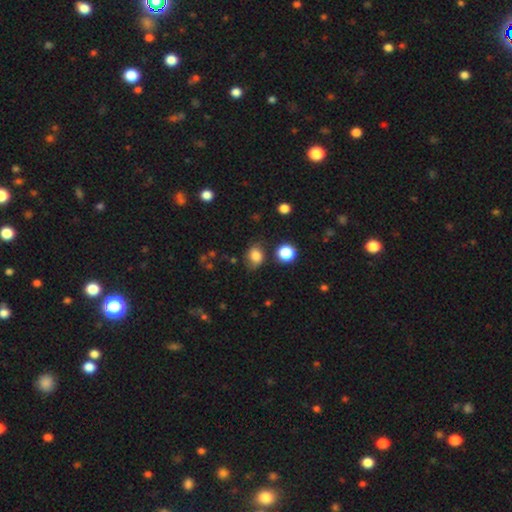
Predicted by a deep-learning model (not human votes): smooth 79%, star or artifact 12%, featured or disk 9%. Down the decision tree: how rounded — in between (53%); merging — none (67%).